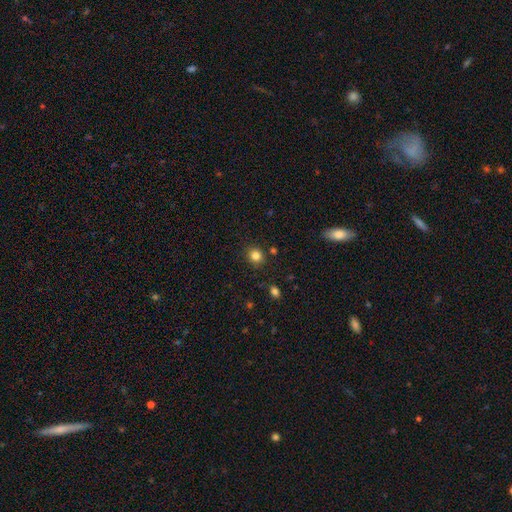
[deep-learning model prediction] smooth 83%, star or artifact 12%, featured or disk 5%. Down the decision tree: how rounded — round (81%); merging — none (86%).